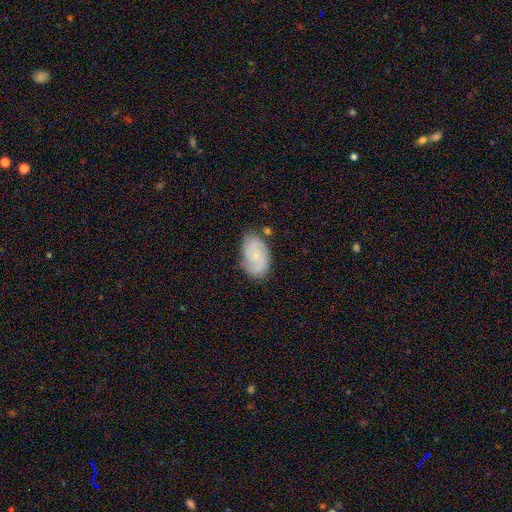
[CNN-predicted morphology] The model was most divided on "spiral winding": tight: 50%, medium: 37%, loose: 13%. More confident: edge-on disk — no (97%); spiral arms — yes (92%); bulge size — small (75%); merging — none (70%); bar — no (70%); smooth or featured — featured or disk (68%); spiral arm count — 2 (58%).